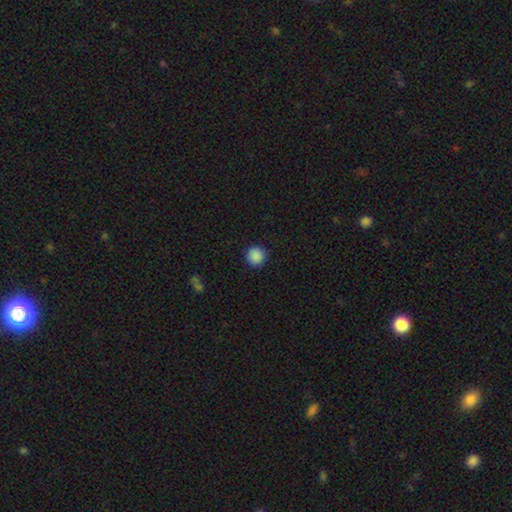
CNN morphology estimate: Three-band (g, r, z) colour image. It shows a smooth galaxy with no disk features (88%) that is round (94%). Merging: none (91%).